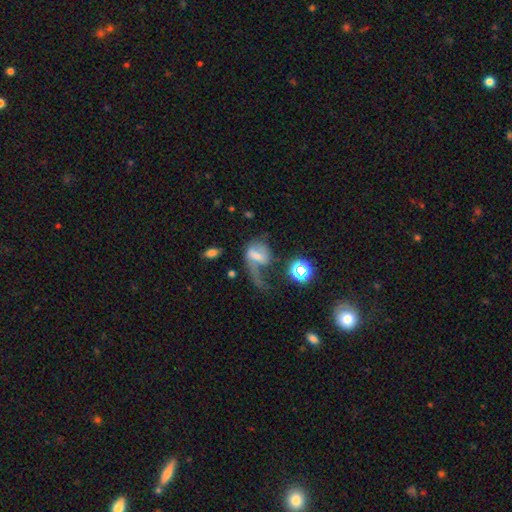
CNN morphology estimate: Smooth or featured?
  - featured or disk: 51% *
  - smooth: 38%
  - star or artifact: 12%
Edge-on disk?
  - no: 94% *
  - yes: 6%
Merging?
  - major disturbance: 59% *
  - none: 18%
  - minor disturbance: 13%
  - merger: 10%